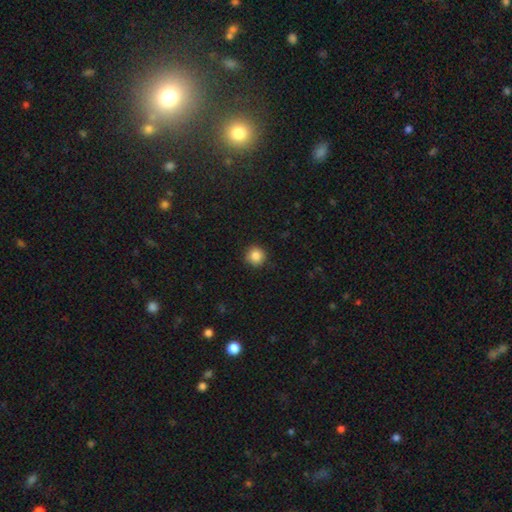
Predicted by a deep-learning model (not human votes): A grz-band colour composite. It shows a smooth galaxy with no disk features (86%) that is round (94%). Merging: none (89%).